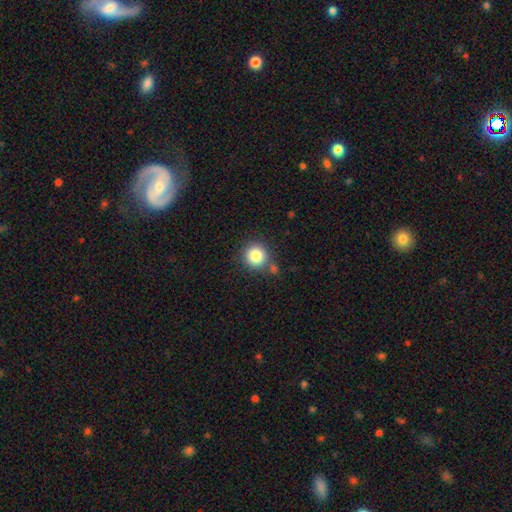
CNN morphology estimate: type=smooth (83%); roundness=round (93%); merging=none (75%).